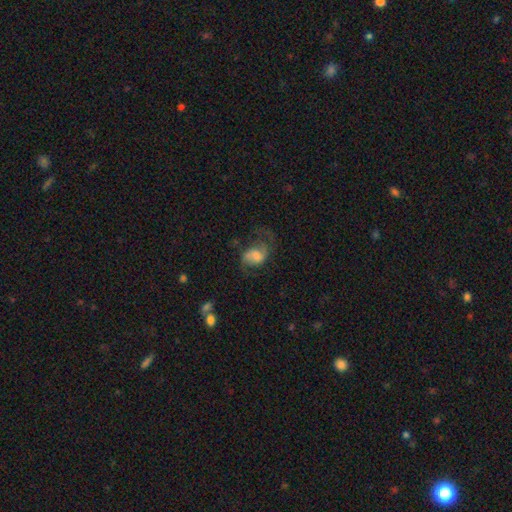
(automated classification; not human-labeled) The model was most divided on "bar": no: 46%, weak: 42%, strong: 12%. Remaining: edge-on disk — no (97%); spiral arms — yes (85%); smooth or featured — featured or disk (57%); merging — none (43%); bulge size — moderate (33%).